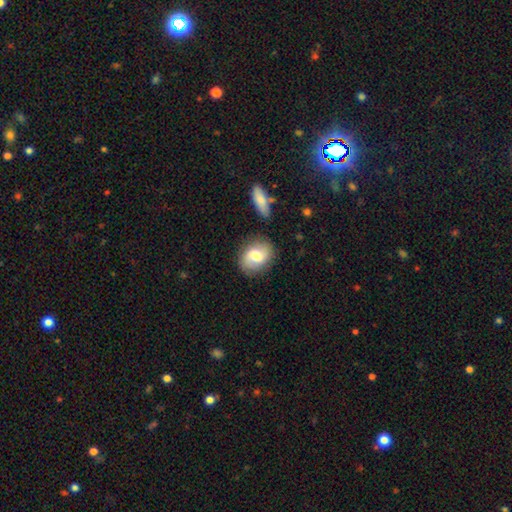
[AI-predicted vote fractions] Overall: smooth (61%; featured or disk 32%). How rounded: in between (64%; round 34%). Merging: none (78%).